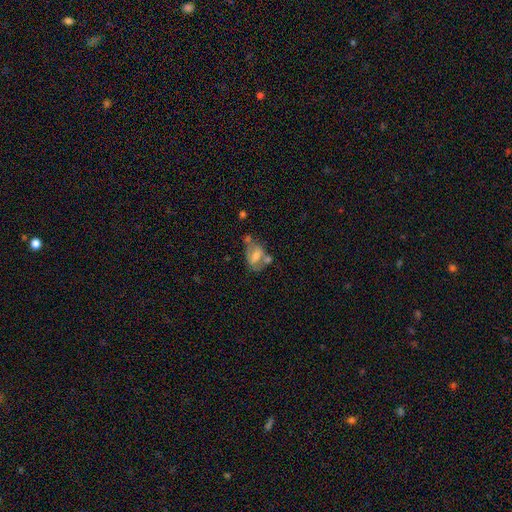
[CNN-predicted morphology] This is possibly a smooth galaxy (48%). Merging: marginally merger (32%).